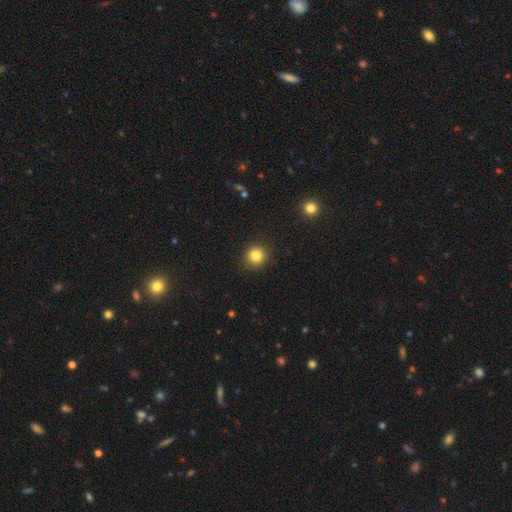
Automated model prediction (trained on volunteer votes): Smooth or featured?
  - smooth: 83% *
  - star or artifact: 11%
  - featured or disk: 6%
How rounded?
  - round: 91% *
  - in between: 8%
  - cigar-shaped: 1%
Merging?
  - none: 91% *
  - minor disturbance: 6%
  - major disturbance: 2%
  - merger: 1%